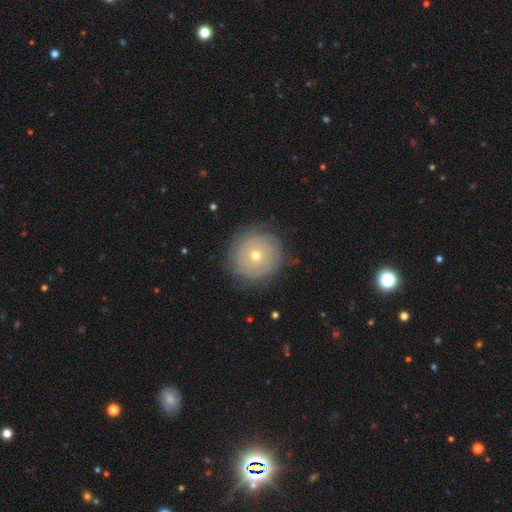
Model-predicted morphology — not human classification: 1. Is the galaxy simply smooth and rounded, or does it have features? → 49% featured or disk, 40% smooth, 11% star or artifact.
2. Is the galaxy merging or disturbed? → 82% none, 12% minor disturbance, 5% major disturbance, 1% merger.